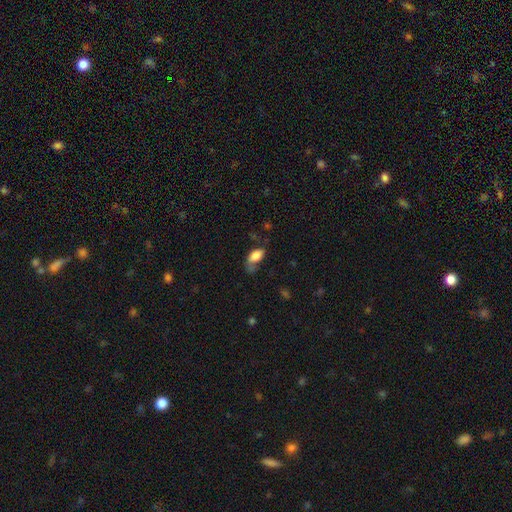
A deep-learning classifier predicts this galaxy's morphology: Overall: smooth (75%). How rounded: in between (90%). Merging: none (34%; minor disturbance 31%).